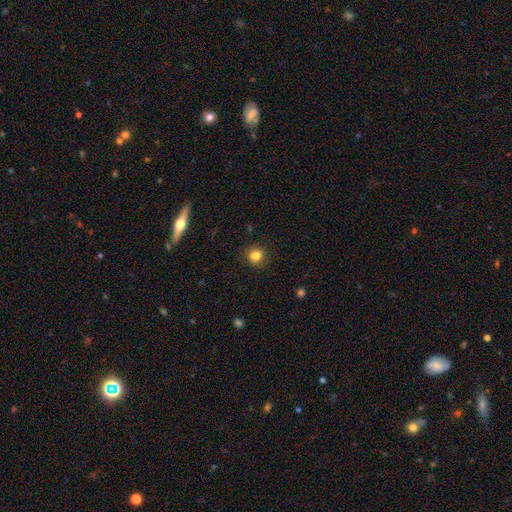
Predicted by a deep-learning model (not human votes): Q: Smooth or featured?
A: smooth (82%); runner-up: star or artifact (12%)
Q: How rounded?
A: round (85%); runner-up: in between (14%)
Q: Merging?
A: none (87%); runner-up: minor disturbance (9%)